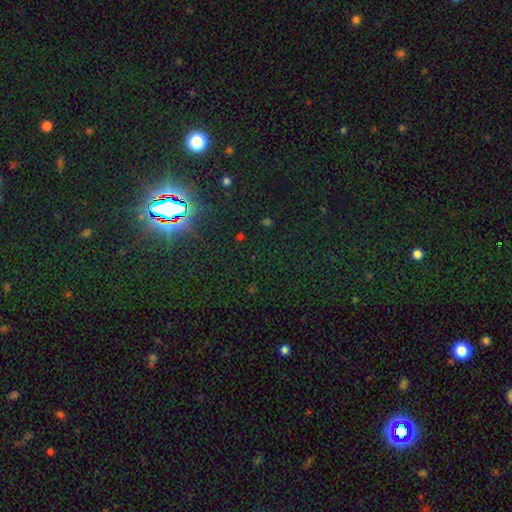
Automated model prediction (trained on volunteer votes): A star or artifact, not a galaxy (81%).